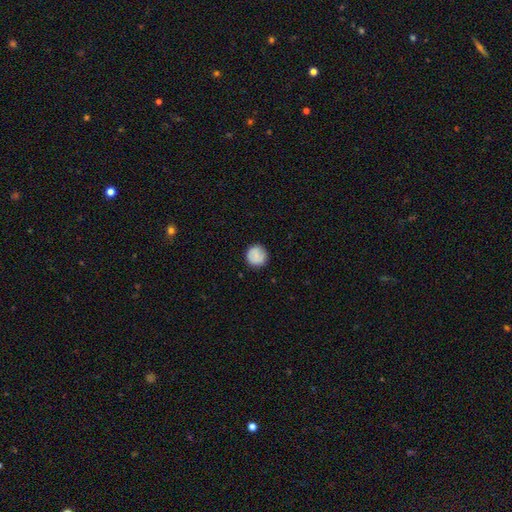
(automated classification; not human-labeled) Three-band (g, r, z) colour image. It shows a smooth galaxy with no disk features (79%) that is round (93%). Merging: none (87%).